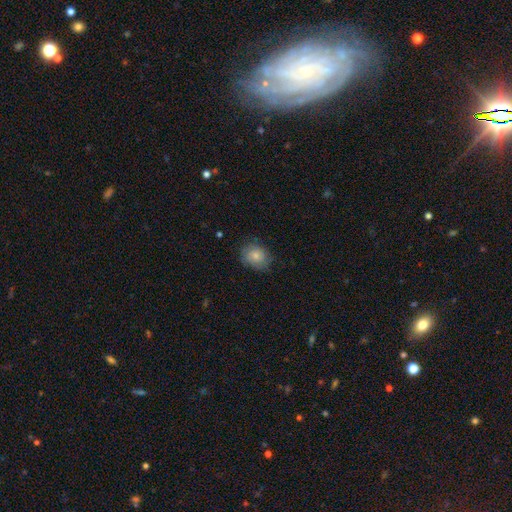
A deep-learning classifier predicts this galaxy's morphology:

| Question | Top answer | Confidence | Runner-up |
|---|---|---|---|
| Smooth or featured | smooth | 71% | featured or disk (21%) |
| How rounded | round | 63% | in between (36%) |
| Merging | none | 73% | minor disturbance (20%) |